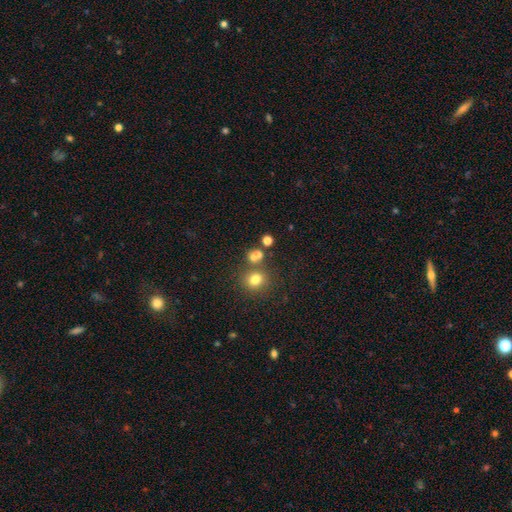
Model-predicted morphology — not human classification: Smooth or featured: smooth — 71% (star or artifact — 19%)
How rounded: round — 77% (in between — 22%)
Merging: none — 55% (merger — 31%)